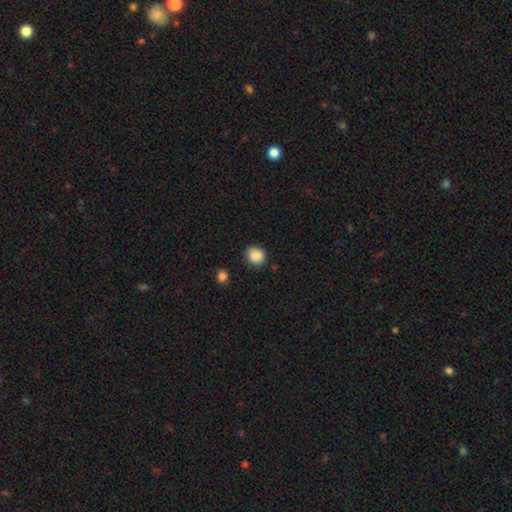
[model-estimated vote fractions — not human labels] Smooth or featured: smooth — 88% (star or artifact — 9%)
How rounded: round — 77% (in between — 22%)
Merging: none — 84% (minor disturbance — 12%)